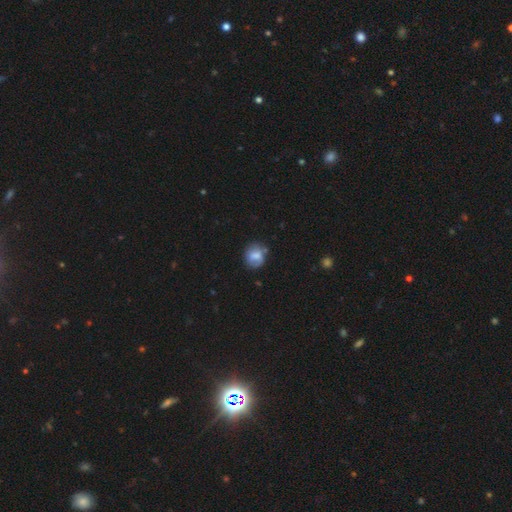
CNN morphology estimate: smooth_or_featured: smooth (p=0.67) [alt: featured or disk p=0.24]
how_rounded: round (p=0.70) [alt: in between p=0.29]
merging: none (p=0.59) [alt: minor disturbance p=0.26]